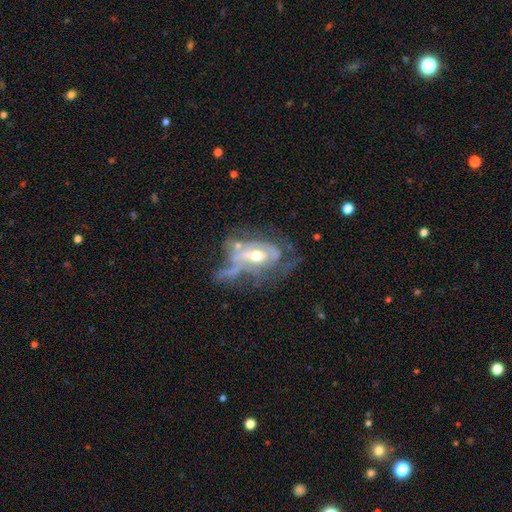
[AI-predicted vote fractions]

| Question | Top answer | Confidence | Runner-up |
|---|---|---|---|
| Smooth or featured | featured or disk | 76% | smooth (17%) |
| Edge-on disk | no | 93% | yes (7%) |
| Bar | no | 49% | weak (33%) |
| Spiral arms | yes | 62% | no (38%) |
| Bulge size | moderate | 69% | small (23%) |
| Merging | major disturbance | 38% | none (24%) |